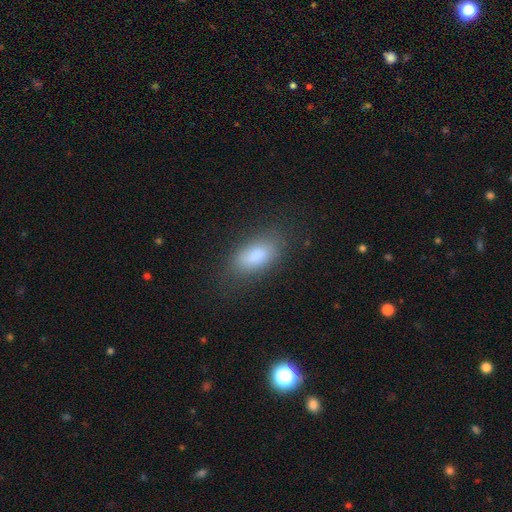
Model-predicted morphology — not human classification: smooth_or_featured: smooth (p=0.85) [alt: featured or disk p=0.08]
how_rounded: in between (p=0.89) [alt: cigar-shaped p=0.08]
merging: none (p=0.77) [alt: minor disturbance p=0.16]